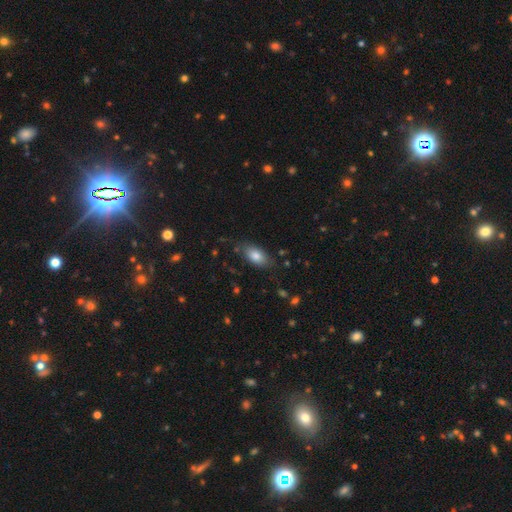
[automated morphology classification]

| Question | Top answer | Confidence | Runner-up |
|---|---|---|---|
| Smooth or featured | smooth | 81% | featured or disk (12%) |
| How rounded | in between | 90% | round (5%) |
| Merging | none | 76% | minor disturbance (18%) |